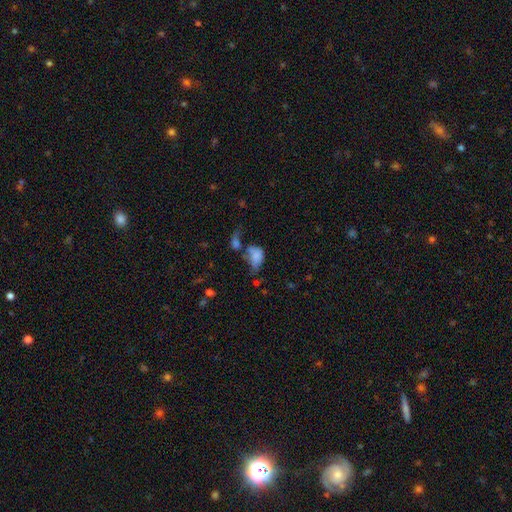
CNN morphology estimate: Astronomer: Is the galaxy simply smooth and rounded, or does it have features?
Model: smooth — 71%.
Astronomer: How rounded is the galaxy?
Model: in between — 81%.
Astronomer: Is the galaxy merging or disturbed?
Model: merger — 36% (runner-up: major disturbance, 29%).